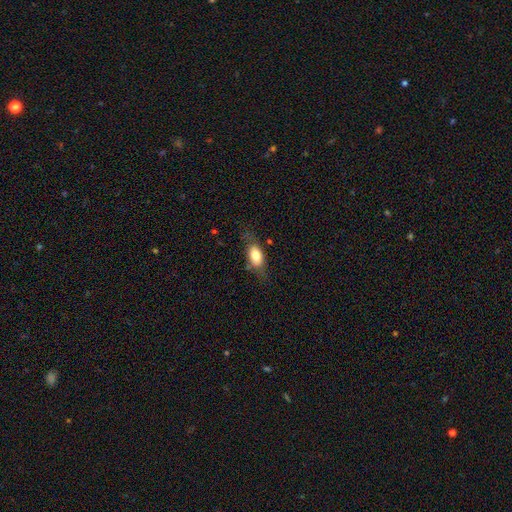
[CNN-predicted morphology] smooth_or_featured: smooth (p=0.74) [alt: featured or disk p=0.19]
how_rounded: in between (p=0.84) [alt: cigar-shaped p=0.09]
merging: none (p=0.66) [alt: minor disturbance p=0.22]